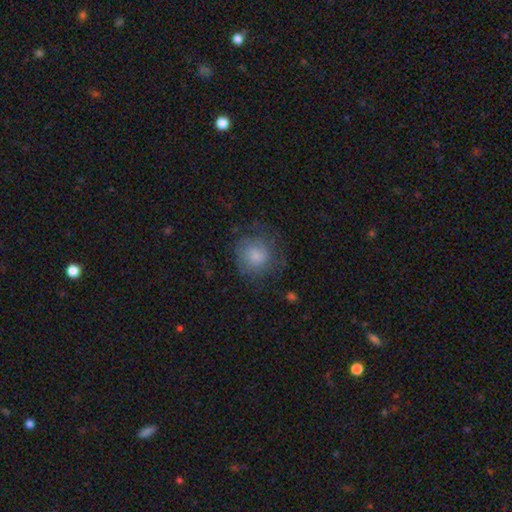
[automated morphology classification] smooth 70%, featured or disk 21%, star or artifact 9%. Down the decision tree: how rounded — round (86%); merging — none (63%).